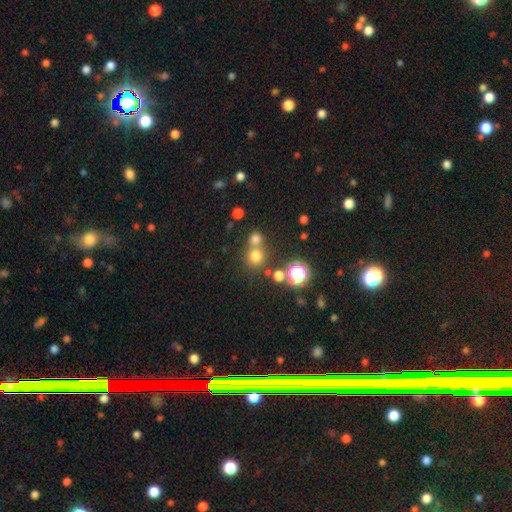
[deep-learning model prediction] Smooth or featured? Predicted: smooth (p=0.71). How rounded? Predicted: round (p=0.90). Merging? Predicted: none (p=0.61).